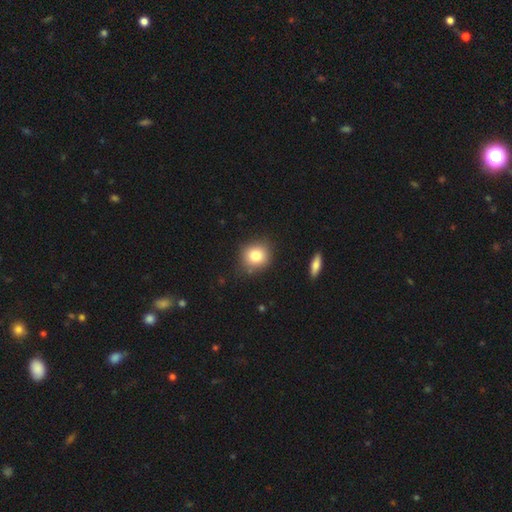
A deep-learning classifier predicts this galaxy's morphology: Smooth or featured?
  - smooth: 81% *
  - star or artifact: 11%
  - featured or disk: 9%
How rounded?
  - round: 83% *
  - in between: 16%
  - cigar-shaped: 1%
Merging?
  - none: 83% *
  - minor disturbance: 12%
  - major disturbance: 3%
  - merger: 2%